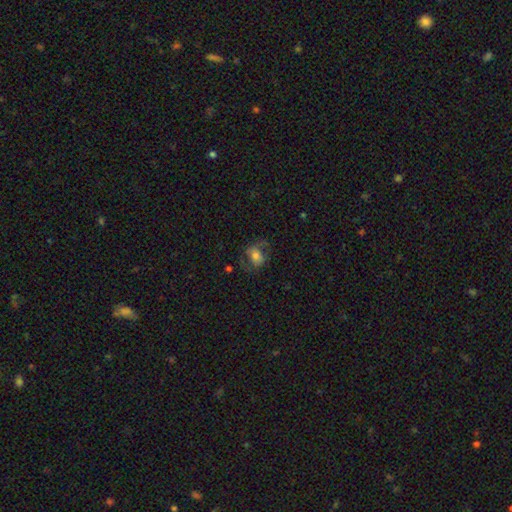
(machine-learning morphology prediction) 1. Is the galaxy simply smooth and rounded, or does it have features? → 59% smooth, 31% featured or disk, 10% star or artifact.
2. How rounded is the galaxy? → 56% in between, 43% round, 1% cigar-shaped.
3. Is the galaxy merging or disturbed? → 61% none, 20% minor disturbance, 18% major disturbance, 2% merger.